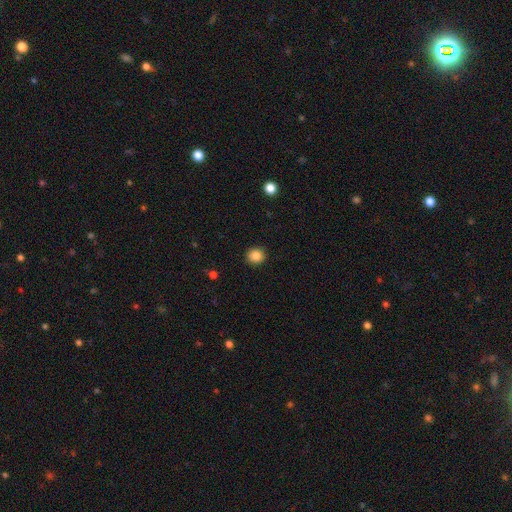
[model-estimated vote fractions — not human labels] This appears to be a smooth galaxy with no disk features (85%) that is round (87%). Merging: none (92%).